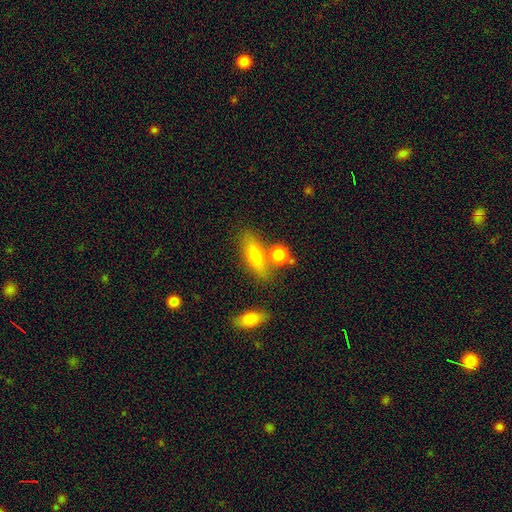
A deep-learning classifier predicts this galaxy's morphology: A smooth galaxy with no disk features (69%) that is in between round and cigar-shaped (57%).

Vote fractions:
- Smooth or featured? smooth: 69% / featured or disk: 22% / star or artifact: 9%
- How rounded? in between: 57% / cigar-shaped: 34% / round: 9%
- Merging? none: 62% / merger: 20% / minor disturbance: 13% / major disturbance: 5%